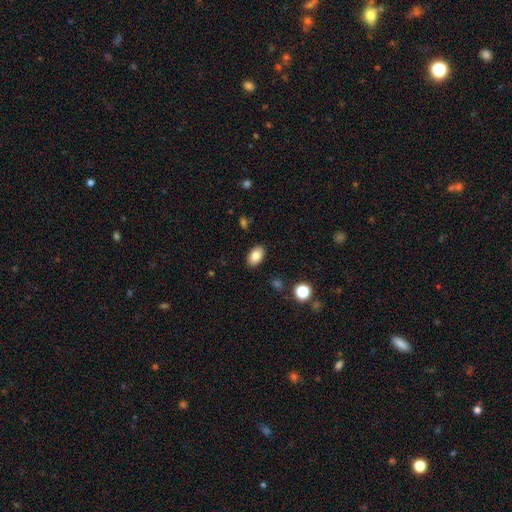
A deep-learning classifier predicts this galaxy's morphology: Smooth or featured? Predicted: smooth (p=0.83). How rounded? Predicted: in between (p=0.90). Merging? Predicted: none (p=0.88).